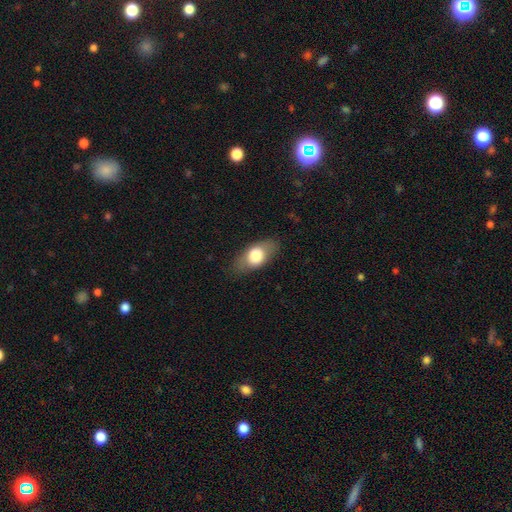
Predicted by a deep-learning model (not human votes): smooth 70%, featured or disk 24%, star or artifact 7%. Down the decision tree: how rounded — in between (83%); merging — none (80%).